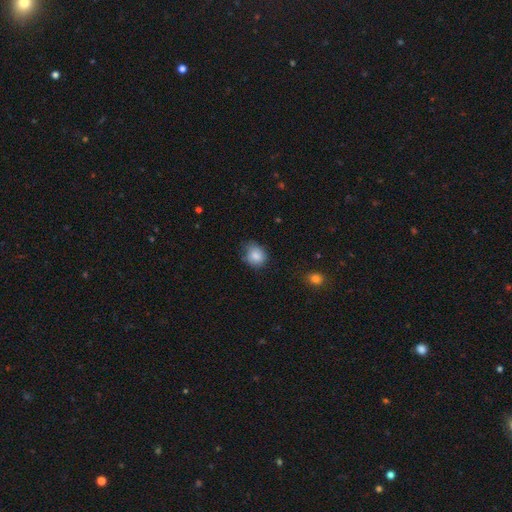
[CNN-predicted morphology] Q: Smooth or featured?
A: smooth (84%); runner-up: star or artifact (8%)
Q: How rounded?
A: round (64%); runner-up: in between (35%)
Q: Merging?
A: none (63%); runner-up: minor disturbance (29%)